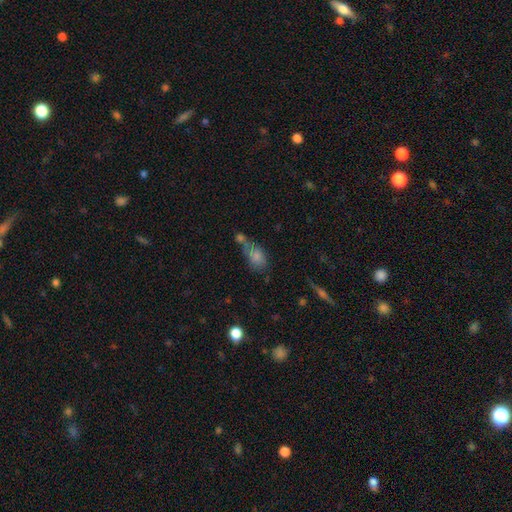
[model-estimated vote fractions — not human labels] A smooth galaxy with no disk features (77%) that is in between round and cigar-shaped (81%).

Vote fractions:
- Smooth or featured? smooth: 77% / featured or disk: 13% / star or artifact: 10%
- How rounded? in between: 81% / round: 16% / cigar-shaped: 4%
- Merging? merger: 39% / none: 33% / minor disturbance: 18% / major disturbance: 10%